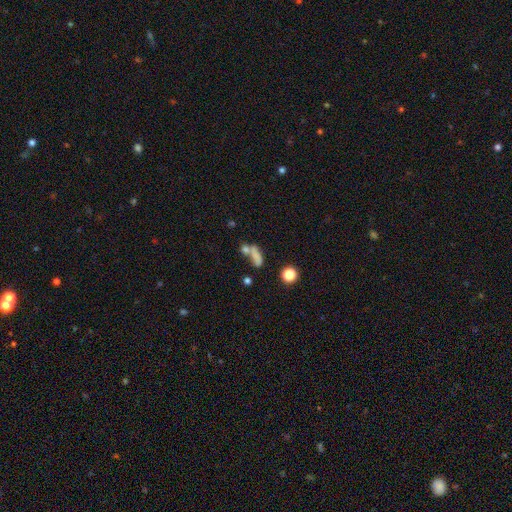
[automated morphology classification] Smooth or featured? Predicted: smooth (p=0.67). How rounded? Predicted: in between (p=0.53). Merging? Predicted: merger (p=0.43).